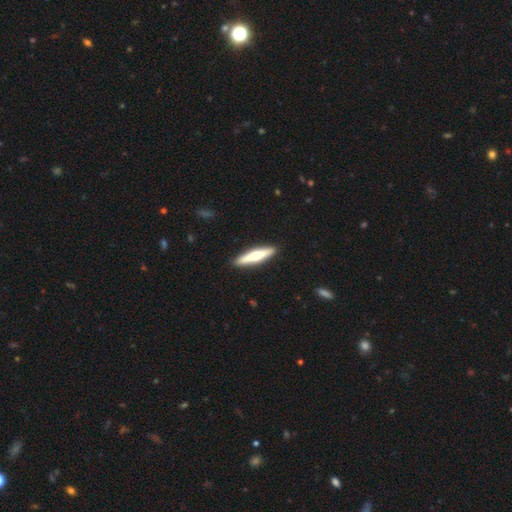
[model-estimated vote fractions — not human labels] This is possibly a featured or disk galaxy (51%). It is clearly viewed edge-on (95%). Merging: clearly none (92%).